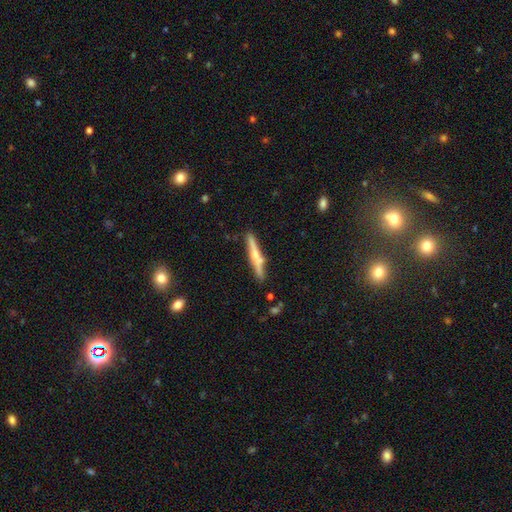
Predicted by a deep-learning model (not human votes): smooth-or-featured: featured or disk: 57% | smooth: 37% | star or artifact: 6%
  disk-edge-on: yes: 96% | no: 4%
    edge-on-bulge: rounded: 72% | none: 19% | boxy: 9%
  merging: none: 80% | minor disturbance: 13% | merger: 5% | major disturbance: 3%